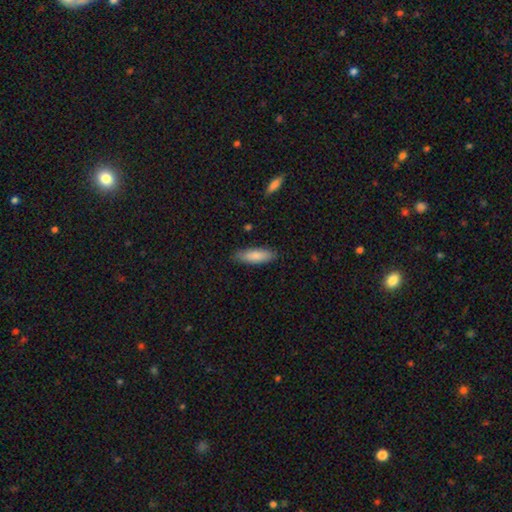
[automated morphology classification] The model was most divided on "how rounded": in between: 56%, cigar-shaped: 43%, round: 2%. More confident: smooth or featured — smooth (85%); merging — none (84%).